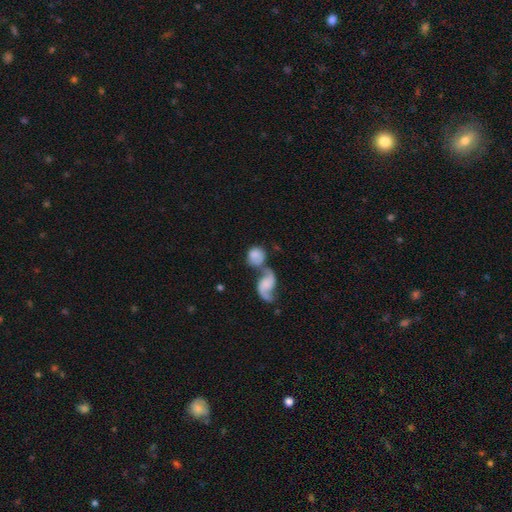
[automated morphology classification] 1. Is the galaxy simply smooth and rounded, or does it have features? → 56% smooth, 37% featured or disk, 7% star or artifact.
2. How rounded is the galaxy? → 63% round, 34% in between, 3% cigar-shaped.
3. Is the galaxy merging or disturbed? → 60% merger, 24% none, 9% minor disturbance, 7% major disturbance.